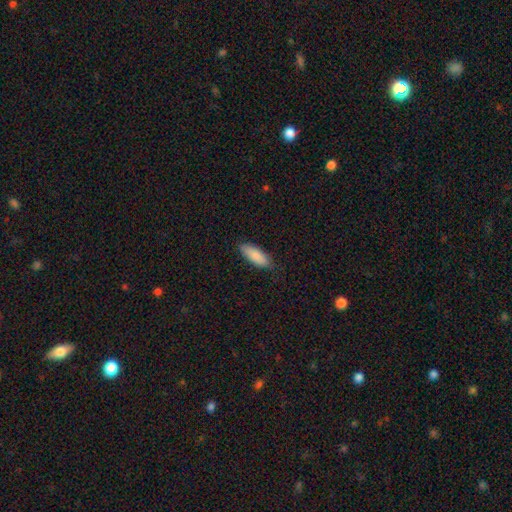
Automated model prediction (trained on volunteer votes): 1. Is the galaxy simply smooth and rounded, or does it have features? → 88% smooth, 6% featured or disk, 6% star or artifact.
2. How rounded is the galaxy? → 72% in between, 27% cigar-shaped, 2% round.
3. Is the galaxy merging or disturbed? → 82% none, 15% minor disturbance, 2% major disturbance, 1% merger.